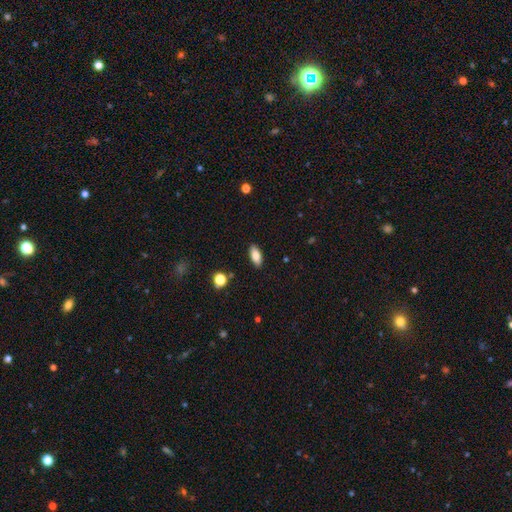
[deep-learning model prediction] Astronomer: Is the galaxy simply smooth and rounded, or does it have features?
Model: smooth — 82%.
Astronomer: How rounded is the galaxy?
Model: in between — 85%.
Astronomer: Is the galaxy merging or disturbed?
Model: none — 89%.